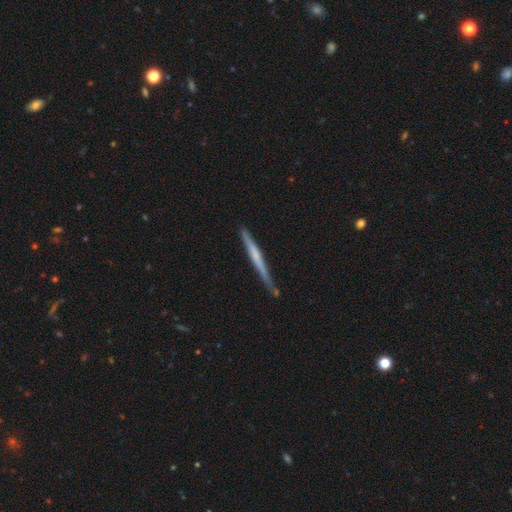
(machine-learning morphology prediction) A featured or disk galaxy (56%) viewed edge-on (97%) with no central bulge (65%). Merging: none (79%).